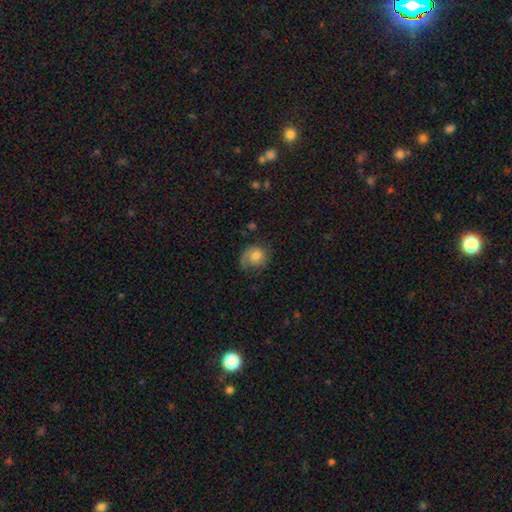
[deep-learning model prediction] smooth_or_featured: smooth (p=0.64) [alt: featured or disk p=0.28]
how_rounded: round (p=0.75) [alt: in between p=0.24]
merging: none (p=0.53) [alt: minor disturbance p=0.27]